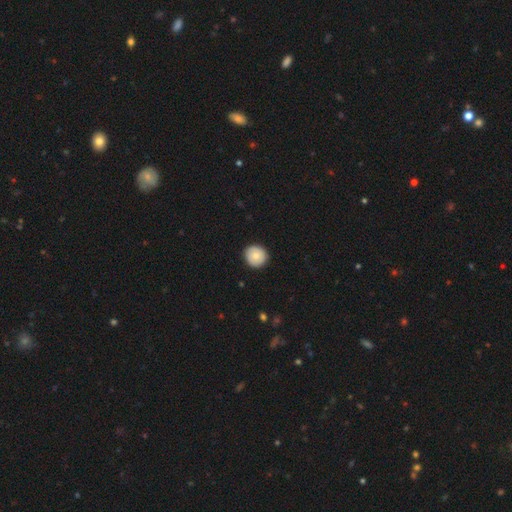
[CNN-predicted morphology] The model was most divided on "smooth or featured": smooth: 79%, featured or disk: 14%, star or artifact: 7%. More confident: how rounded — round (92%); merging — none (90%).